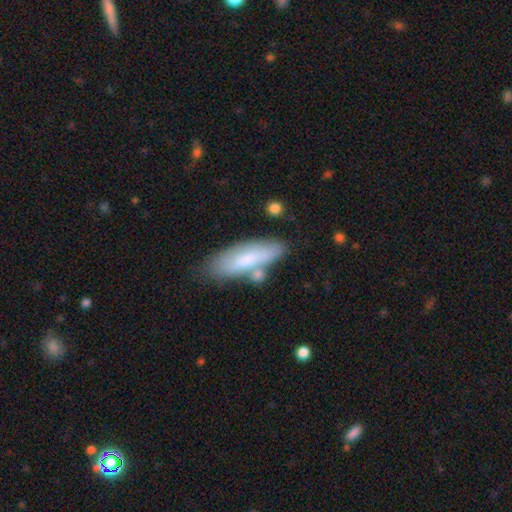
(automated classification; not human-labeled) Morphology: type=smooth (72%); roundness=in between (54%); merging=none (57%).